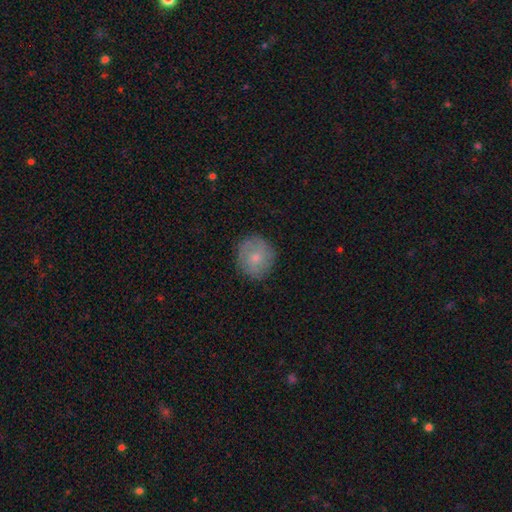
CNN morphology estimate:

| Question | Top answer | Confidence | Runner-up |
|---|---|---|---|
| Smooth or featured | smooth | 68% | featured or disk (25%) |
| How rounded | round | 88% | in between (11%) |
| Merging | none | 81% | minor disturbance (14%) |